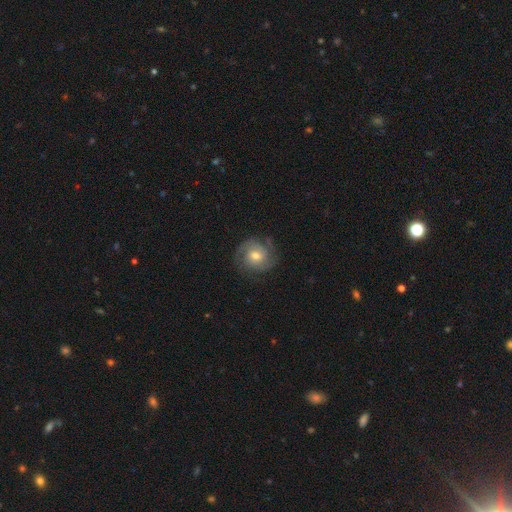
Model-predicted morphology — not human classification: This appears to be a featured or disk galaxy (70%) with no bar (65%), 2 (46%) tight (52%) spiral arms (92%) and a moderate central bulge (68%). Merging: none (77%).